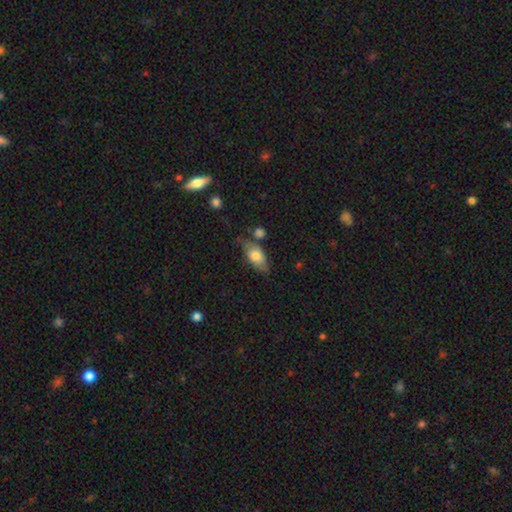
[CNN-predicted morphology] smooth-or-featured: smooth: 72% | featured or disk: 21% | star or artifact: 7%
  how-rounded: in between: 87% | cigar-shaped: 8% | round: 4%
  merging: none: 58% | minor disturbance: 25% | merger: 10% | major disturbance: 8%